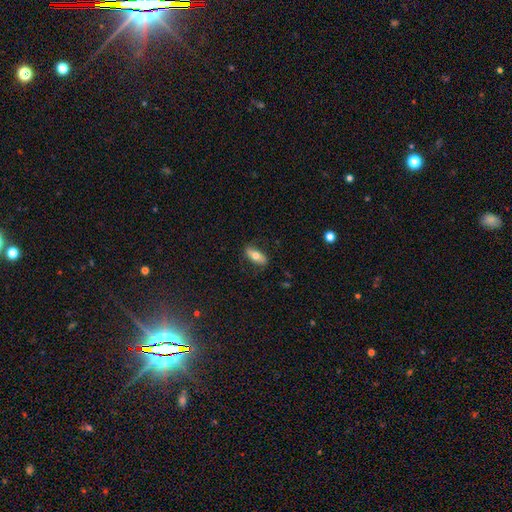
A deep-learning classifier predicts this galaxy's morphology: Q: Smooth or featured?
A: smooth (63%); runner-up: featured or disk (30%)
Q: How rounded?
A: in between (75%); runner-up: cigar-shaped (21%)
Q: Merging?
A: none (78%); runner-up: minor disturbance (16%)